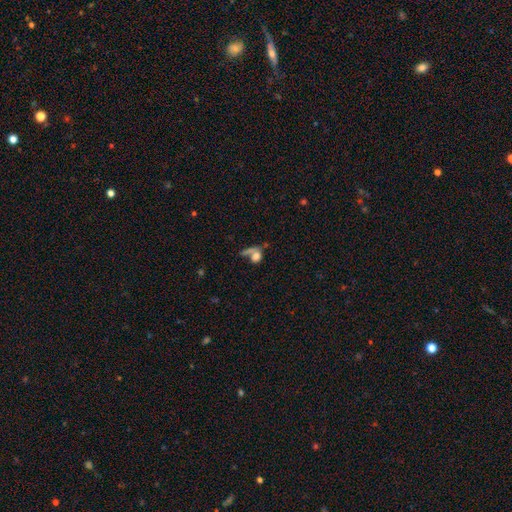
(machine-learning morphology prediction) This is likely a smooth galaxy (65%). How rounded: possibly round (49%). Merging: marginally merger (34%, tied with none).